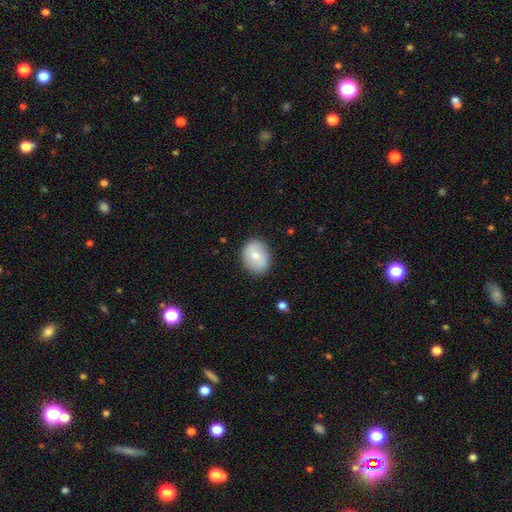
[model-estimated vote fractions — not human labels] Q: Smooth or featured?
A: smooth (66%); runner-up: featured or disk (27%)
Q: How rounded?
A: round (53%); runner-up: in between (46%)
Q: Merging?
A: none (85%); runner-up: minor disturbance (11%)